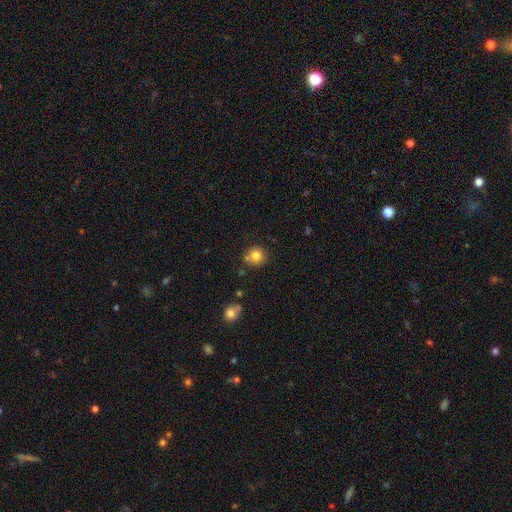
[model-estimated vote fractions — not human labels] This is clearly a smooth galaxy (81%). How rounded: clearly round (90%). Merging: likely none (73%).